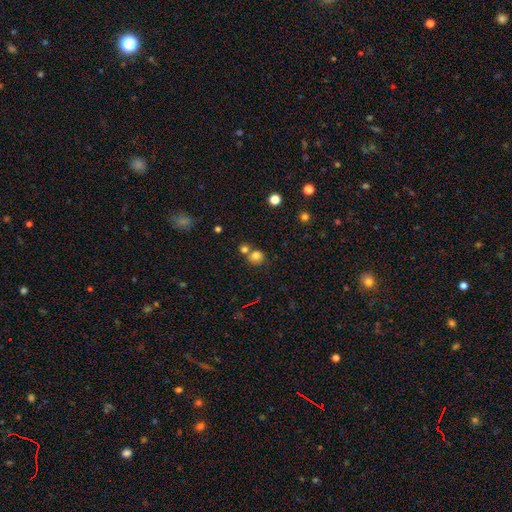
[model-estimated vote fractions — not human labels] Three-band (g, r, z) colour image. It shows a smooth galaxy with no disk features (79%) that is round (76%). Merging: none (53%).